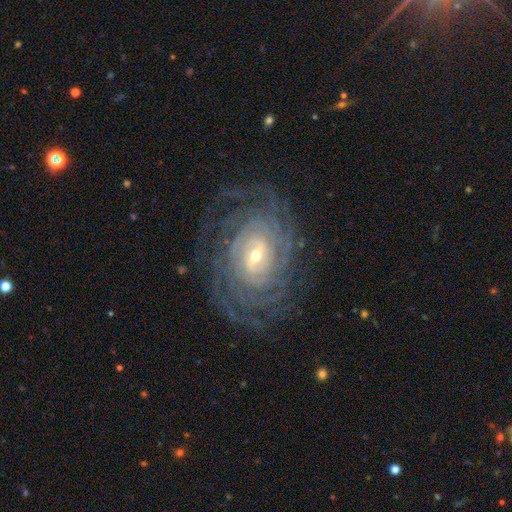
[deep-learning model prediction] This appears to be a featured or disk galaxy (90%) with a weak bar (44%), tight (82%) spiral arms (97%) and a small central bulge (62%). Merging: none (80%).